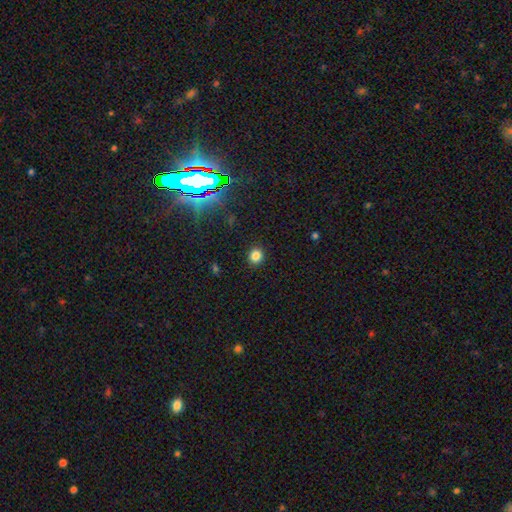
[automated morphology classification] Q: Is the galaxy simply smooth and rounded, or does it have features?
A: smooth — 82%.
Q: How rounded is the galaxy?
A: round — 80%.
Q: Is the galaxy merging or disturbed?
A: none — 91%.